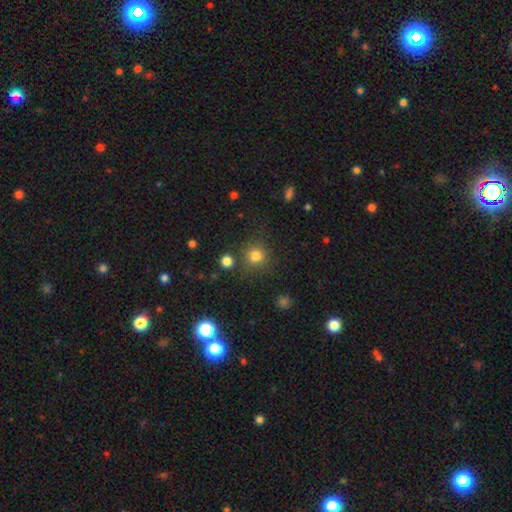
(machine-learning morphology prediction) This appears to be a smooth galaxy with no disk features (80%) that is round (91%). Merging: none (78%).